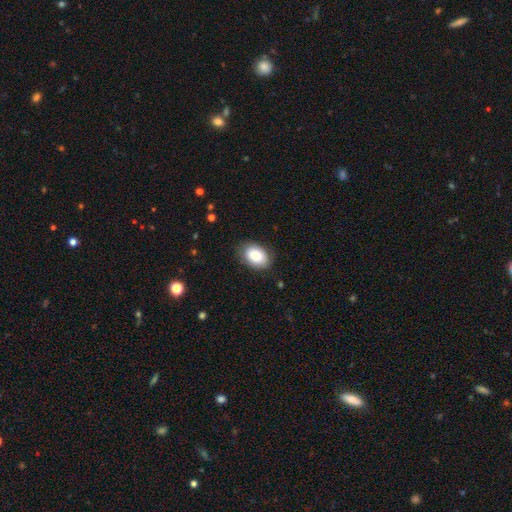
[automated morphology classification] A smooth galaxy with no disk features (85%) that is in between round and cigar-shaped (85%).

Vote fractions:
- Smooth or featured? smooth: 85% / featured or disk: 8% / star or artifact: 7%
- How rounded? in between: 85% / round: 14% / cigar-shaped: 1%
- Merging? none: 84% / minor disturbance: 12% / major disturbance: 3% / merger: 1%